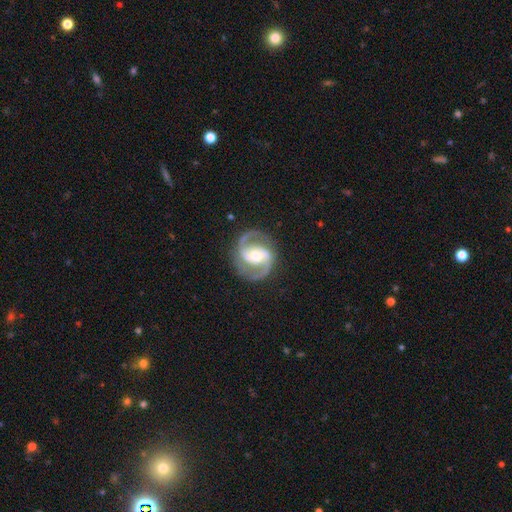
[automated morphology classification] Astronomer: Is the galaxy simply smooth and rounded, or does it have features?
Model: featured or disk — 91%.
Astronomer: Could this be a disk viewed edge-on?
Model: no — 98%.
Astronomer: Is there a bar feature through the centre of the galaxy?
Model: weak — 41% (runner-up: strong, 36%).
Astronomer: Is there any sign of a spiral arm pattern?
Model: yes — 97%.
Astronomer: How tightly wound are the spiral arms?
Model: medium — 61%.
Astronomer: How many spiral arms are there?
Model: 2 — 94%.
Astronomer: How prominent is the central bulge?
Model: moderate — 64%.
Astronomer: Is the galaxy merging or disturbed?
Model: none — 84%.